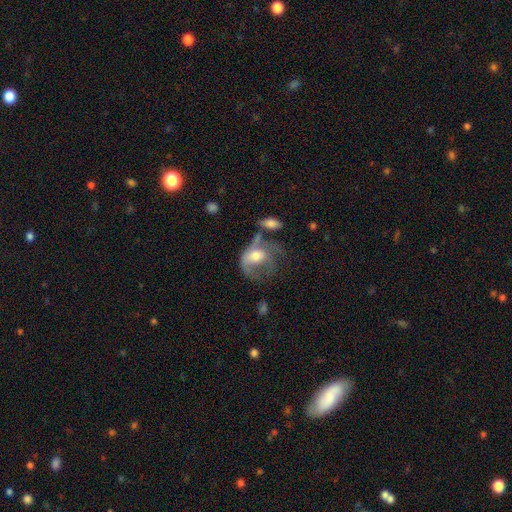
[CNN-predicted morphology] Q: Smooth or featured?
A: featured or disk (48%); runner-up: smooth (44%)
Q: Merging?
A: major disturbance (46%); runner-up: merger (18%)